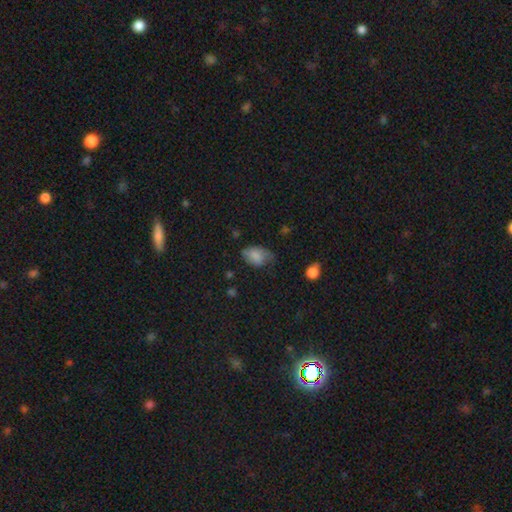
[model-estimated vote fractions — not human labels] Smooth or featured? smooth (77%)
How rounded? in between (87%)
Merging? none (41%)